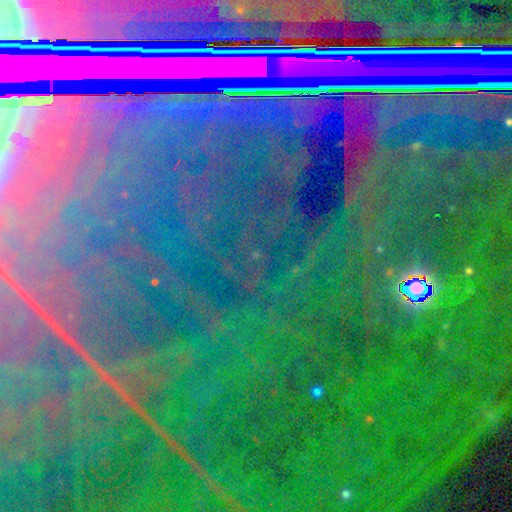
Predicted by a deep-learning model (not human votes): Q: Smooth or featured?
A: star or artifact (88%); runner-up: featured or disk (6%)